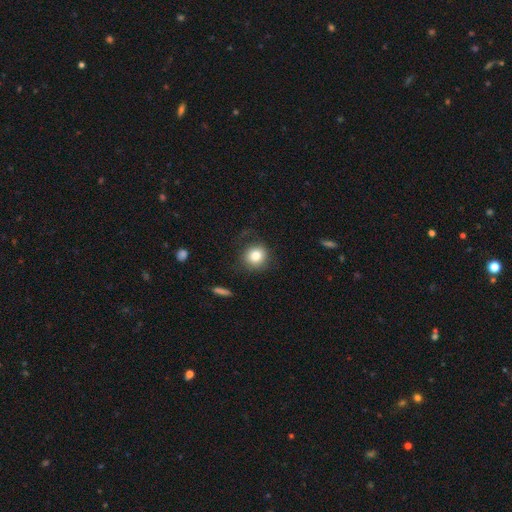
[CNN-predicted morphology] Overall: smooth (82%). How rounded: round (87%). Merging: none (76%).